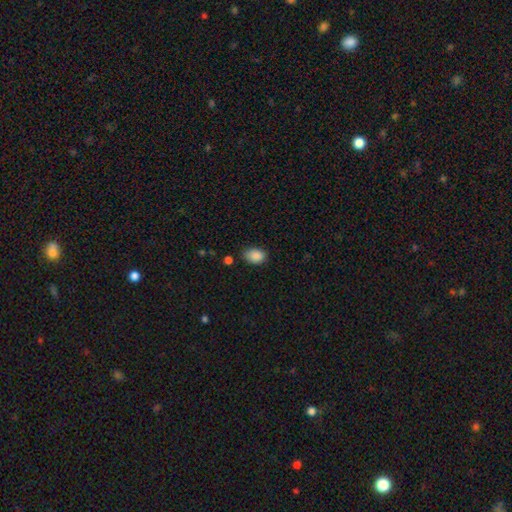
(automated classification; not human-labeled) A smooth galaxy with no disk features (88%) that is in between round and cigar-shaped (81%).

Vote fractions:
- Smooth or featured? smooth: 88% / star or artifact: 8% / featured or disk: 4%
- How rounded? in between: 81% / round: 18% / cigar-shaped: 1%
- Merging? none: 76% / minor disturbance: 18% / major disturbance: 3% / merger: 3%